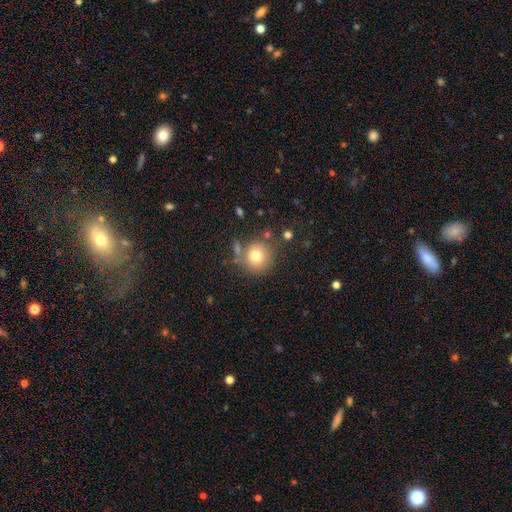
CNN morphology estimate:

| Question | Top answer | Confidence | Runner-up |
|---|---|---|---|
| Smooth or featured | smooth | 76% | star or artifact (12%) |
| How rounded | round | 92% | in between (7%) |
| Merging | none | 74% | minor disturbance (12%) |